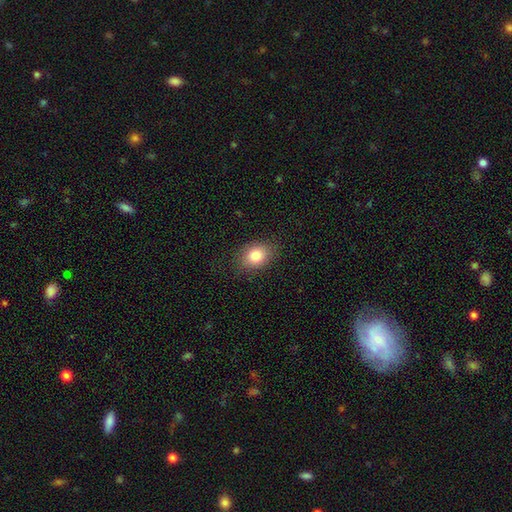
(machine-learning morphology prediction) This appears to be a smooth galaxy with no disk features (82%) that is in between round and cigar-shaped (70%). Merging: none (85%).